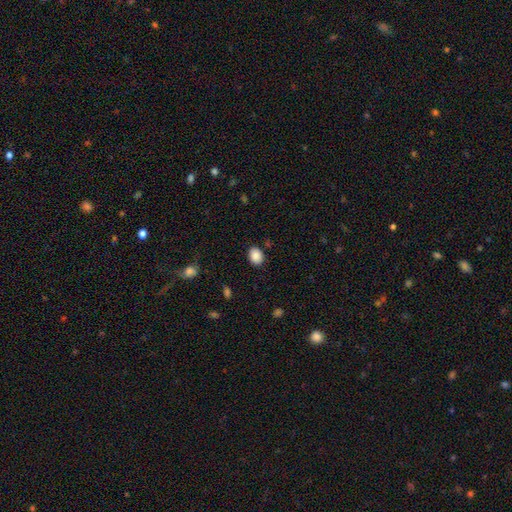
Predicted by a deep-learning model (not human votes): Q: Smooth or featured?
A: smooth (87%); runner-up: star or artifact (8%)
Q: How rounded?
A: in between (65%); runner-up: round (34%)
Q: Merging?
A: none (86%); runner-up: minor disturbance (10%)